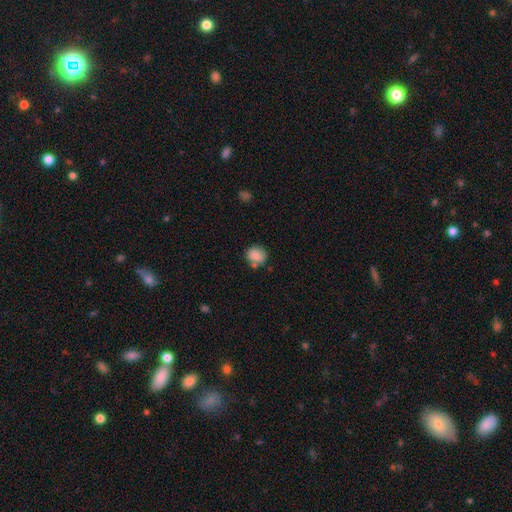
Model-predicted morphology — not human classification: Smooth or featured? smooth (85%)
How rounded? round (74%)
Merging? none (71%)